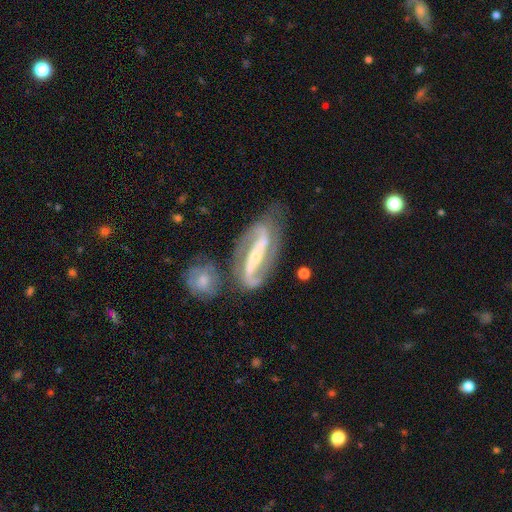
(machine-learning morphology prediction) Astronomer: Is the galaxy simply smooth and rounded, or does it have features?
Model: featured or disk — 89%.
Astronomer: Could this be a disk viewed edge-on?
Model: no — 92%.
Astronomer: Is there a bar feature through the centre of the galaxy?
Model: strong — 67%.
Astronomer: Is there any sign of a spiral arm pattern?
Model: yes — 96%.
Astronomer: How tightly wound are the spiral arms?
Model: medium — 45% (runner-up: loose, 33%).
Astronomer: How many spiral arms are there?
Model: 2 — 92%.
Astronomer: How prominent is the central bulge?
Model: small — 60%.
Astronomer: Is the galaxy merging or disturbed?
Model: none — 67%.